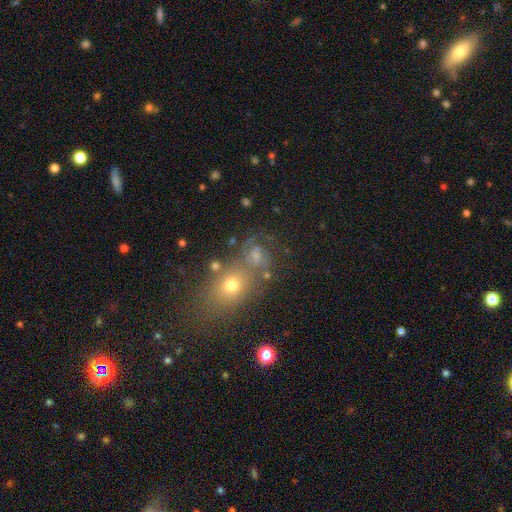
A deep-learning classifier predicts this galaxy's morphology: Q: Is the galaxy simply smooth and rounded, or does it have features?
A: smooth — 38%, tied with featured or disk.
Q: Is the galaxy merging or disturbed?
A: none — 50%.